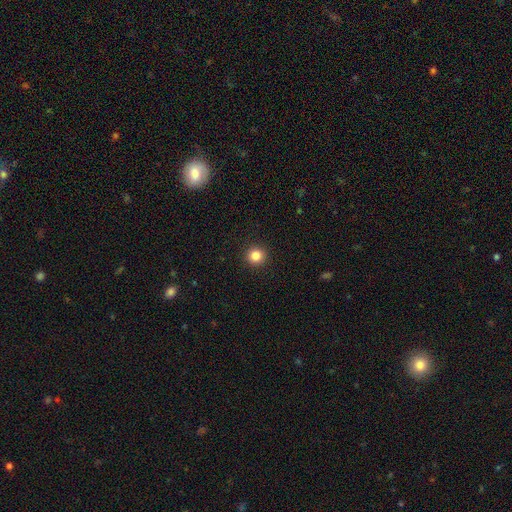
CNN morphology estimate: Smooth or featured? smooth (84%)
How rounded? round (94%)
Merging? none (93%)